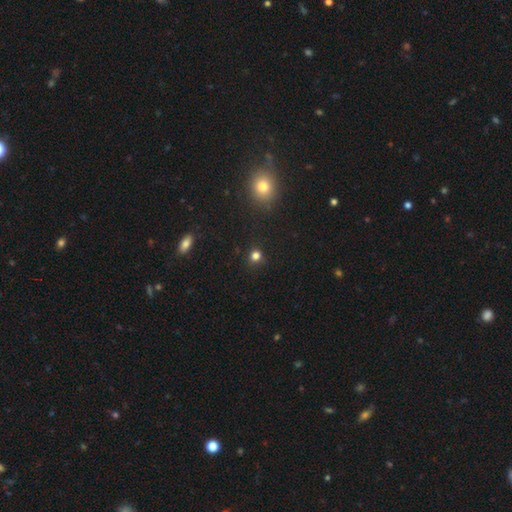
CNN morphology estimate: Overall: smooth (77%). How rounded: round (86%). Merging: none (85%).